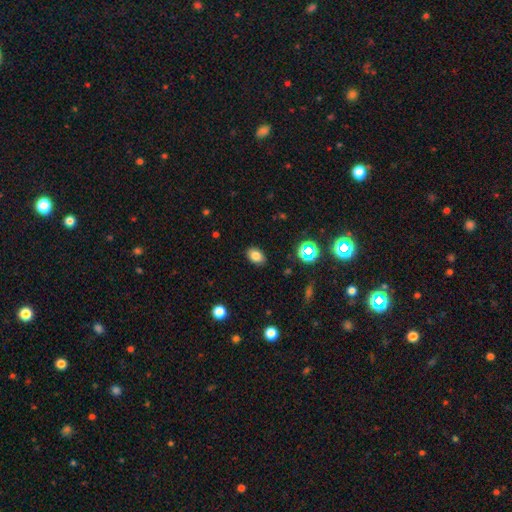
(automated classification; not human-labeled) Q: Smooth or featured?
A: smooth (80%); runner-up: star or artifact (13%)
Q: How rounded?
A: in between (80%); runner-up: round (19%)
Q: Merging?
A: none (87%); runner-up: minor disturbance (9%)